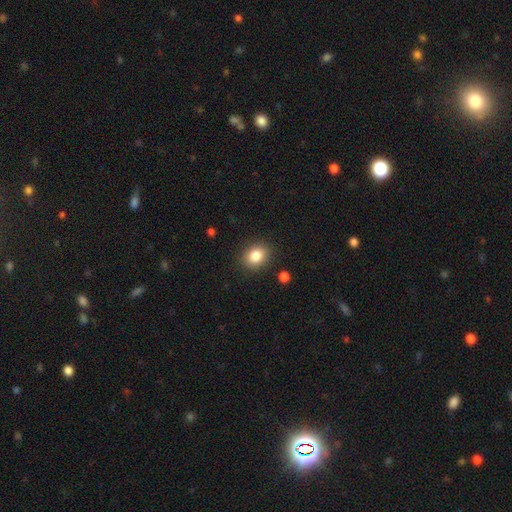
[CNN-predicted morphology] smooth 84%, star or artifact 10%, featured or disk 7%. Down the decision tree: how rounded — round (50%); merging — none (88%).